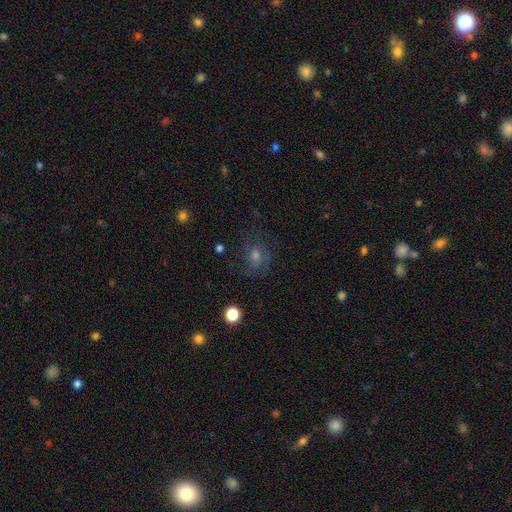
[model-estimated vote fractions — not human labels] Smooth or featured? Predicted: featured or disk (p=0.44). Merging? Predicted: none (p=0.71).